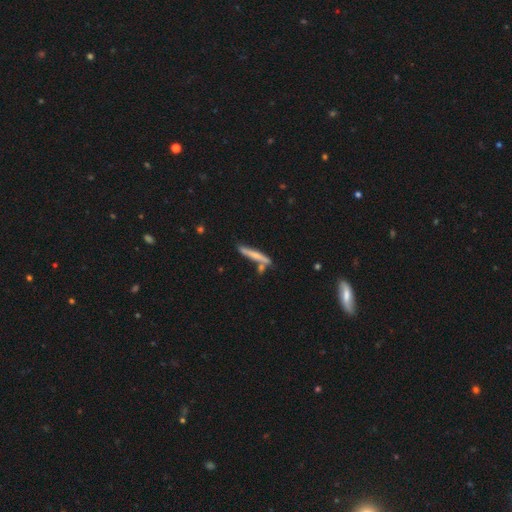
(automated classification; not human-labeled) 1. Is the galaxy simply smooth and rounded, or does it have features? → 56% smooth, 37% featured or disk, 6% star or artifact.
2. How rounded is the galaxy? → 94% cigar-shaped, 4% in between, 2% round.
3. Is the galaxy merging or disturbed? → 70% none, 14% minor disturbance, 13% merger, 3% major disturbance.